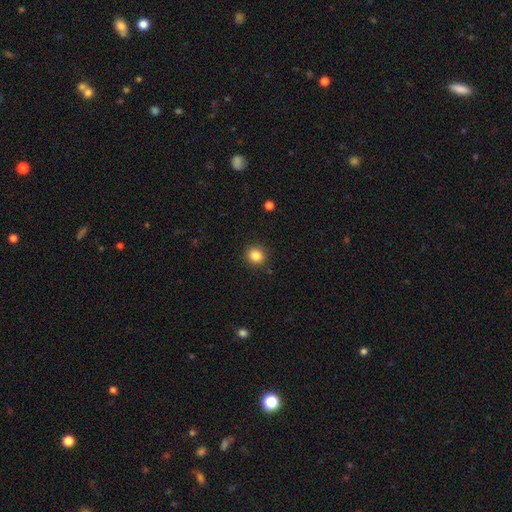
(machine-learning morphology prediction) The model was most divided on "how rounded": round: 86%, in between: 13%, cigar-shaped: 1%. More confident: merging — none (90%); smooth or featured — smooth (85%).